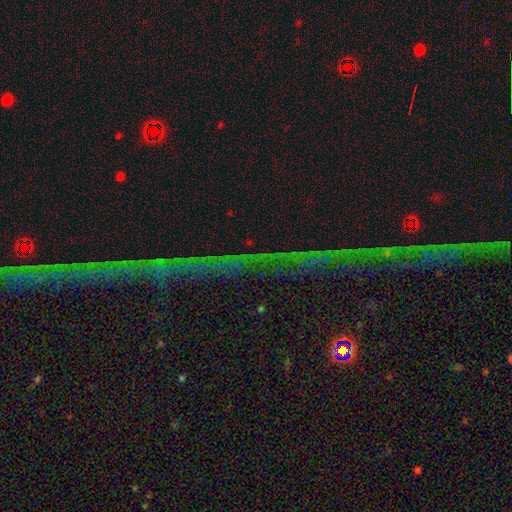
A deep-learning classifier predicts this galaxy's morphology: Smooth or featured: star or artifact — 75% (featured or disk — 14%)